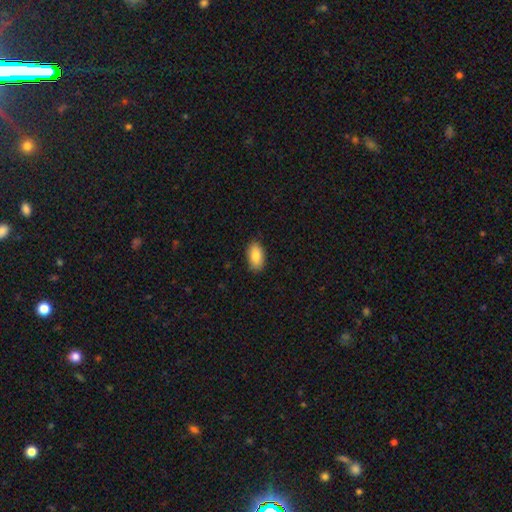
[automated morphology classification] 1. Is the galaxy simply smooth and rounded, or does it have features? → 86% smooth, 7% featured or disk, 7% star or artifact.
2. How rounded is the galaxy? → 93% in between, 5% round, 2% cigar-shaped.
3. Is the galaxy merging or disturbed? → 87% none, 10% minor disturbance, 2% major disturbance, 1% merger.